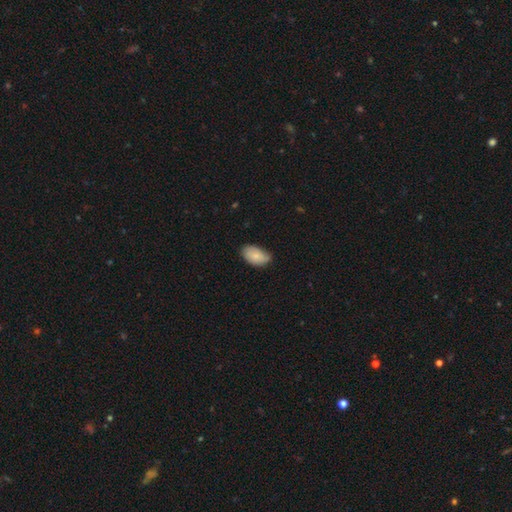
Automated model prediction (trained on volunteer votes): This is clearly a smooth galaxy (80%). How rounded: clearly in between (93%). Merging: likely none (61%).